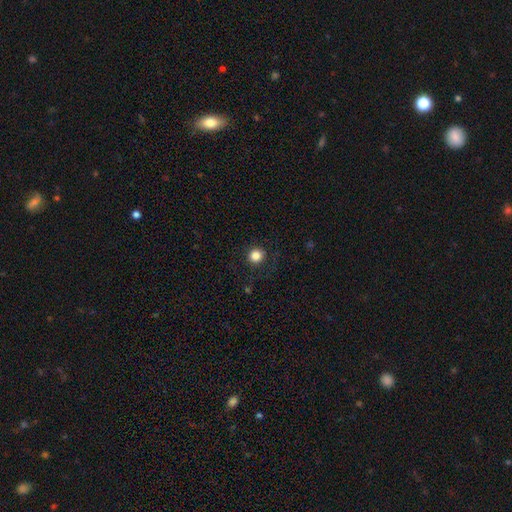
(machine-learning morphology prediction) Smooth or featured: smooth — 85% (star or artifact — 11%)
How rounded: round — 93% (in between — 6%)
Merging: none — 89% (minor disturbance — 7%)